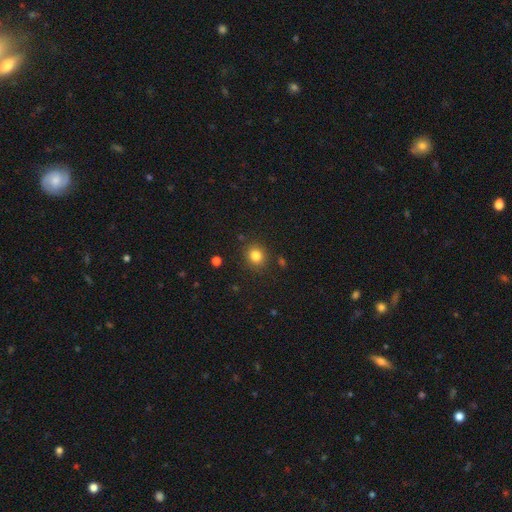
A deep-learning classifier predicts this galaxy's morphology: Smooth or featured: smooth — 82% (star or artifact — 12%)
How rounded: round — 82% (in between — 17%)
Merging: none — 87% (minor disturbance — 8%)